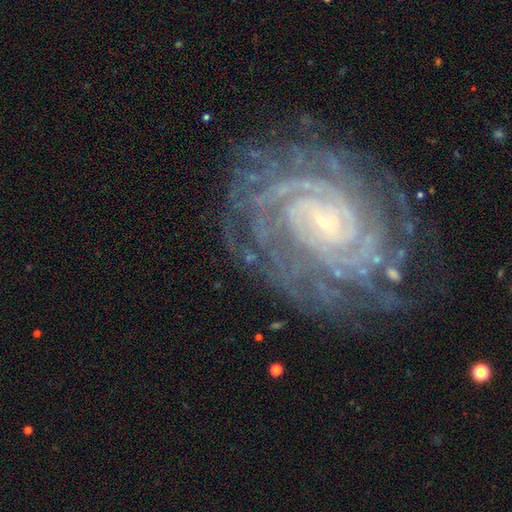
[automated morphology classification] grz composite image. It shows a featured or disk galaxy (90%) with no bar (55%), 4 (20%, tied with can't tell) tight (83%) spiral arms (98%) and a small central bulge (87%). Merging: none (76%).